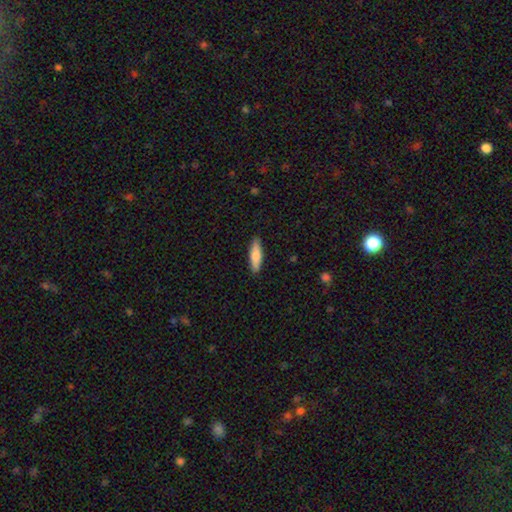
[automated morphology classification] Q: Smooth or featured?
A: smooth (74%); runner-up: featured or disk (21%)
Q: How rounded?
A: cigar-shaped (66%); runner-up: in between (32%)
Q: Merging?
A: none (90%); runner-up: minor disturbance (8%)